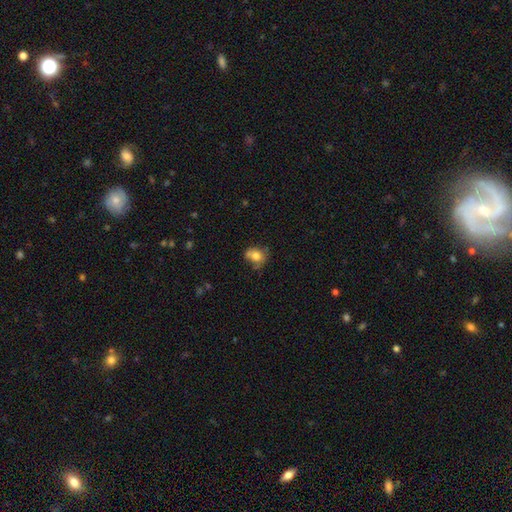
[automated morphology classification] smooth-or-featured: smooth: 71% | featured or disk: 18% | star or artifact: 10%
  how-rounded: round: 64% | in between: 35% | cigar-shaped: 1%
  merging: none: 48% | minor disturbance: 28% | merger: 12% | major disturbance: 11%